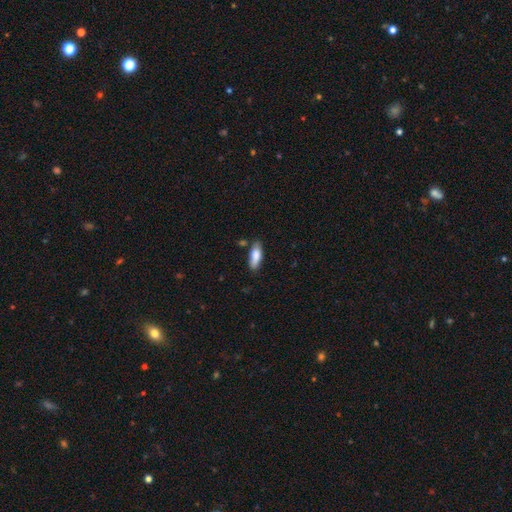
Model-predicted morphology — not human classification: smooth-or-featured: smooth: 82% | featured or disk: 11% | star or artifact: 6%
  how-rounded: in between: 66% | cigar-shaped: 32% | round: 2%
  merging: none: 70% | minor disturbance: 21% | merger: 5% | major disturbance: 4%